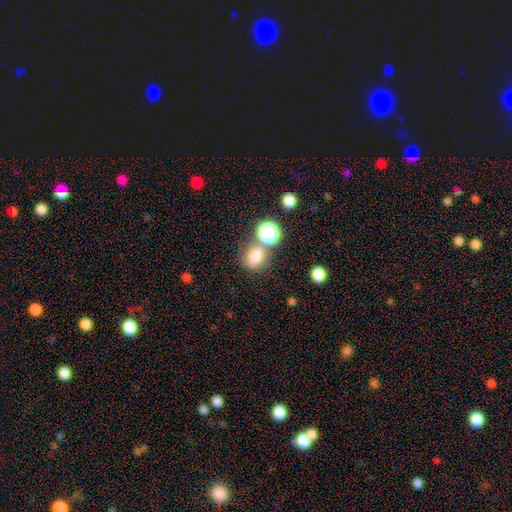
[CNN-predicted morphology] Overall: smooth (73%). How rounded: round (59%; in between 39%). Merging: none (57%; merger 22%).